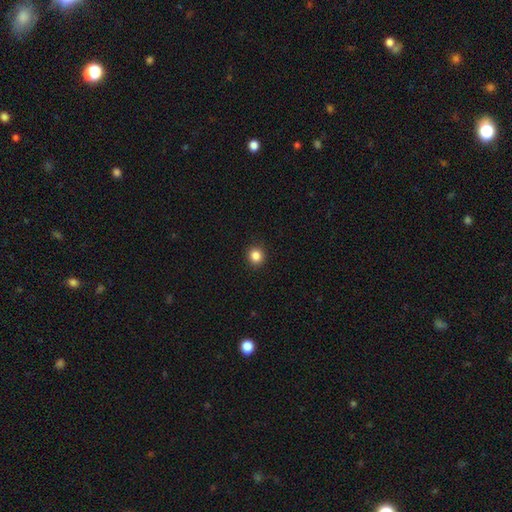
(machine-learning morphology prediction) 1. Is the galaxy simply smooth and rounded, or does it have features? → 85% smooth, 11% star or artifact, 4% featured or disk.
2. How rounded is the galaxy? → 88% round, 11% in between, 1% cigar-shaped.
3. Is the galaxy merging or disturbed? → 92% none, 5% minor disturbance, 2% major disturbance, 1% merger.